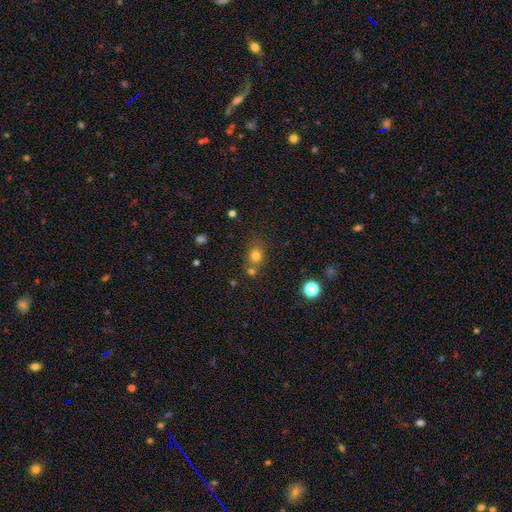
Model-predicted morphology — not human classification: Smooth or featured?
  - smooth: 76% *
  - star or artifact: 16%
  - featured or disk: 8%
How rounded?
  - round: 67% *
  - in between: 32%
  - cigar-shaped: 1%
Merging?
  - none: 60% *
  - merger: 24%
  - minor disturbance: 12%
  - major disturbance: 4%